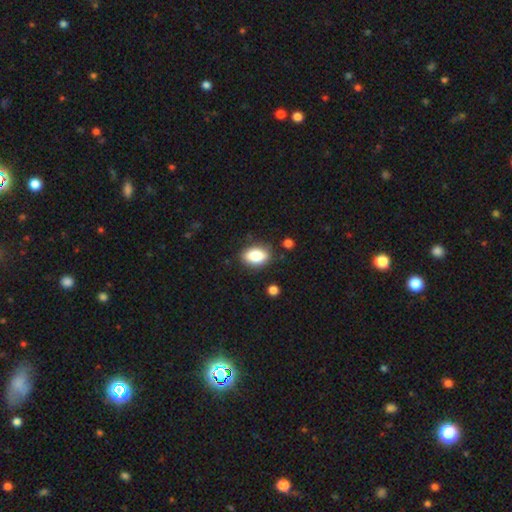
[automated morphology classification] A smooth galaxy with no disk features (83%) that is in between round and cigar-shaped (85%).

Vote fractions:
- Smooth or featured? smooth: 83% / featured or disk: 9% / star or artifact: 8%
- How rounded? in between: 85% / round: 13% / cigar-shaped: 2%
- Merging? none: 83% / minor disturbance: 12% / major disturbance: 3% / merger: 2%